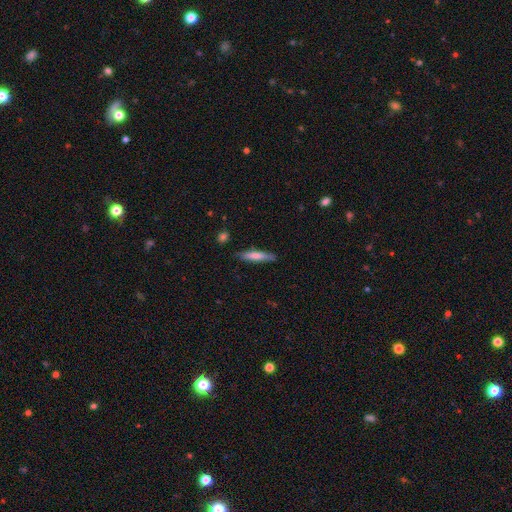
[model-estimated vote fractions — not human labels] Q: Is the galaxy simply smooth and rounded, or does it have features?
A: smooth — 72%.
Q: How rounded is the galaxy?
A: cigar-shaped — 88%.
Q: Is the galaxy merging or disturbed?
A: none — 84%.